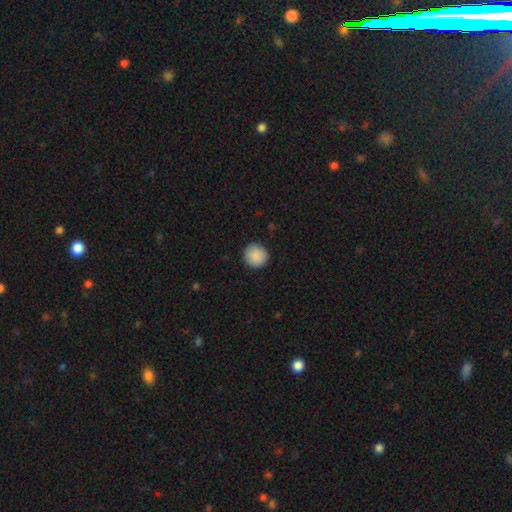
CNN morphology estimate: A smooth galaxy with no disk features (90%) that is round (94%).

Vote fractions:
- Smooth or featured? smooth: 90% / star or artifact: 7% / featured or disk: 3%
- How rounded? round: 94% / in between: 5% / cigar-shaped: 1%
- Merging? none: 91% / minor disturbance: 7% / major disturbance: 2% / merger: 1%